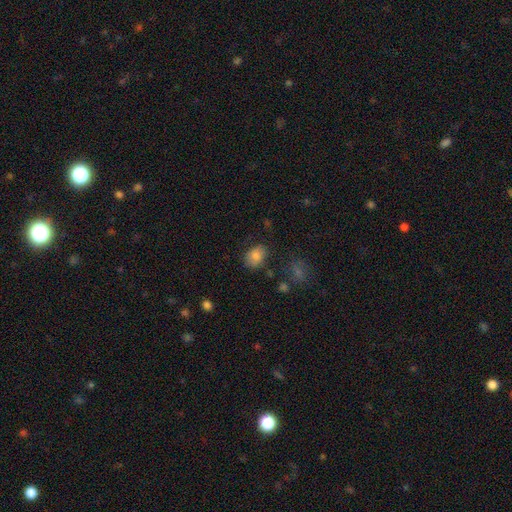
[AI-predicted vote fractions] Smooth or featured? Predicted: smooth (p=0.82). How rounded? Predicted: in between (p=0.72). Merging? Predicted: none (p=0.72).